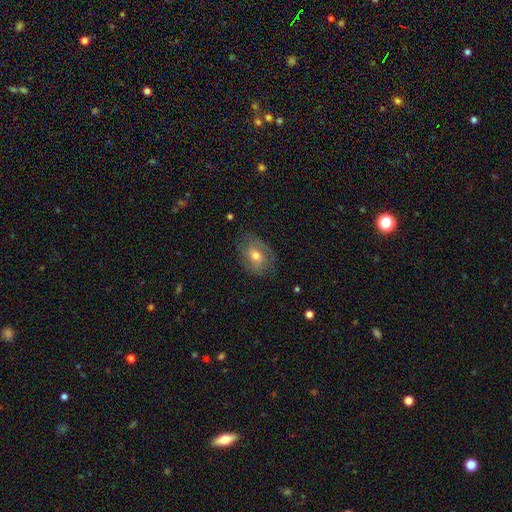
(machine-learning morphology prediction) Overall: featured or disk (47%; smooth 44%). Merging: none (66%).